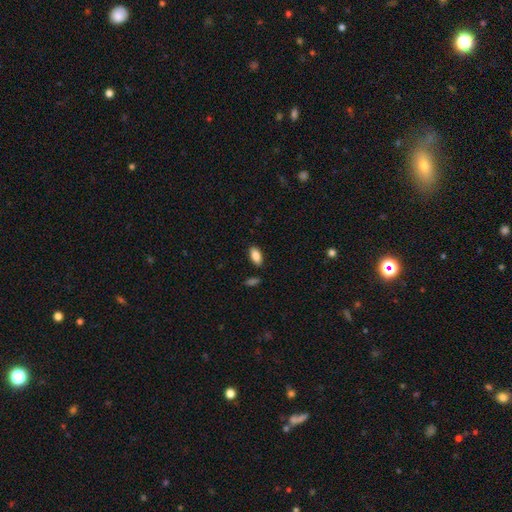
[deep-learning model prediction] smooth-or-featured: smooth: 87% | star or artifact: 7% | featured or disk: 6%
  how-rounded: in between: 92% | cigar-shaped: 5% | round: 3%
  merging: none: 85% | minor disturbance: 10% | merger: 2% | major disturbance: 2%